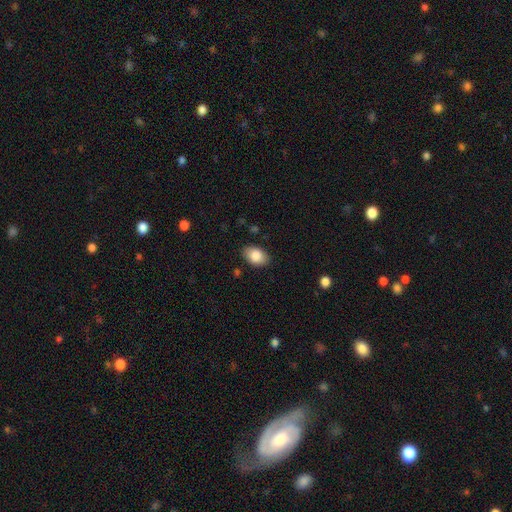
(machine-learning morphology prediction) A smooth galaxy with no disk features (86%) that is in between round and cigar-shaped (86%).

Vote fractions:
- Smooth or featured? smooth: 86% / star or artifact: 7% / featured or disk: 7%
- How rounded? in between: 86% / round: 13% / cigar-shaped: 1%
- Merging? none: 85% / minor disturbance: 11% / major disturbance: 3% / merger: 1%